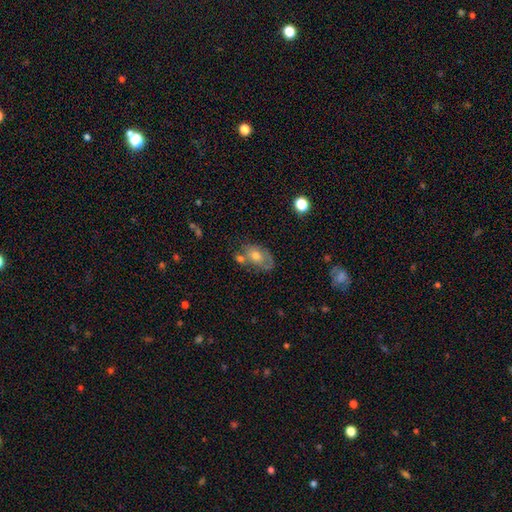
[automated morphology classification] Smooth or featured? featured or disk (49%)
Merging? none (50%)